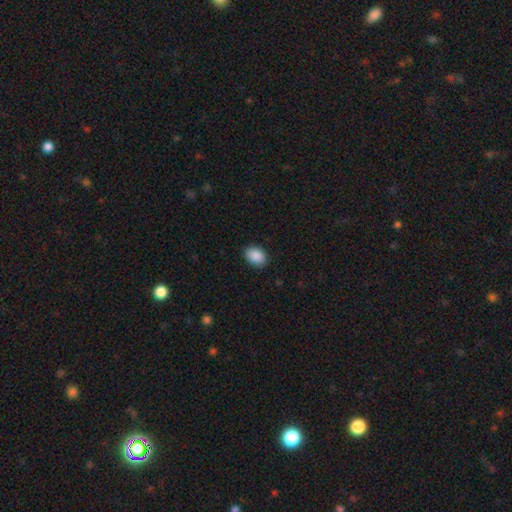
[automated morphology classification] Smooth or featured?
  - smooth: 90% *
  - star or artifact: 7%
  - featured or disk: 3%
How rounded?
  - in between: 76% *
  - round: 23%
  - cigar-shaped: 1%
Merging?
  - none: 88% *
  - minor disturbance: 9%
  - major disturbance: 2%
  - merger: 1%